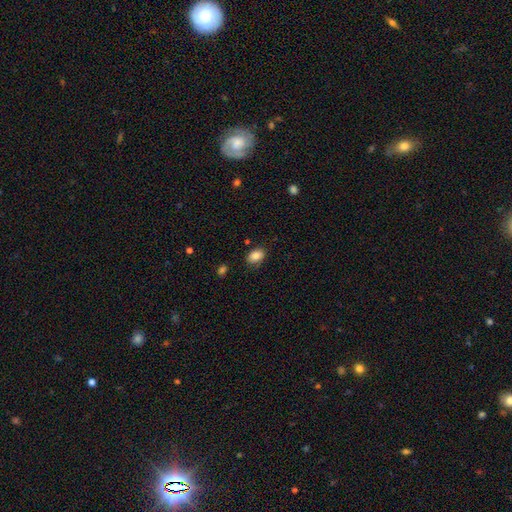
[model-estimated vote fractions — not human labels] Smooth or featured? Predicted: smooth (p=0.84). How rounded? Predicted: in between (p=0.77). Merging? Predicted: none (p=0.81).